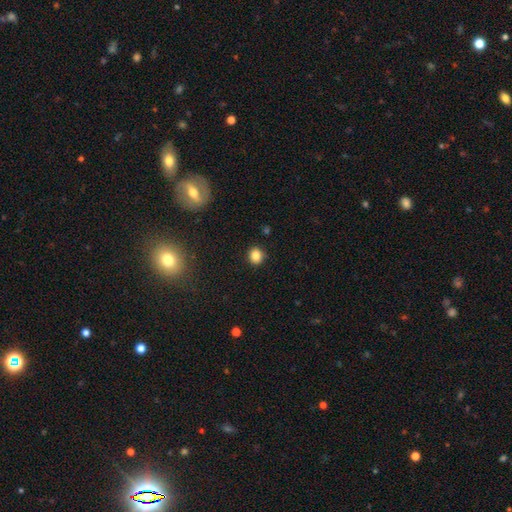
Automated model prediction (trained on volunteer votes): Smooth or featured: smooth — 84% (star or artifact — 11%)
How rounded: round — 76% (in between — 23%)
Merging: none — 89% (minor disturbance — 8%)